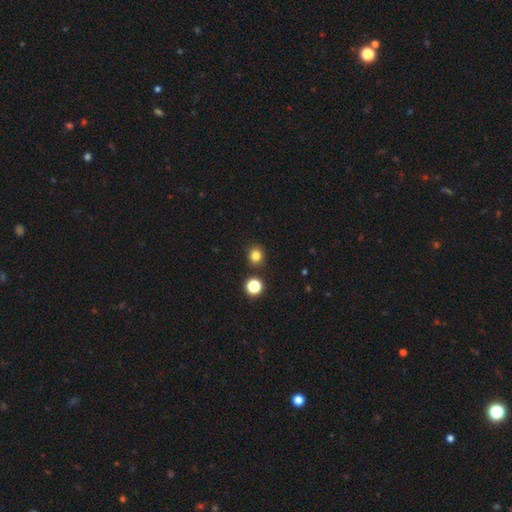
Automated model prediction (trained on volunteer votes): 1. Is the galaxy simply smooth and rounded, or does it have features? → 81% smooth, 15% star or artifact, 4% featured or disk.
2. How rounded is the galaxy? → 85% round, 14% in between, 1% cigar-shaped.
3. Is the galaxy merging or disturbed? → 87% none, 7% minor disturbance, 4% merger, 2% major disturbance.